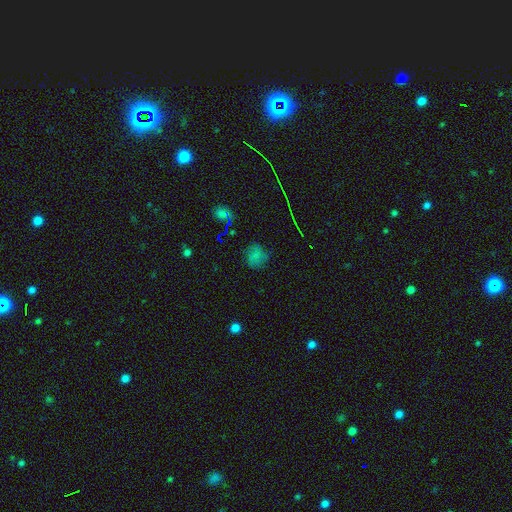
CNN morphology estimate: A smooth galaxy with no disk features (60%) that is round (78%). Merging: none (70%).